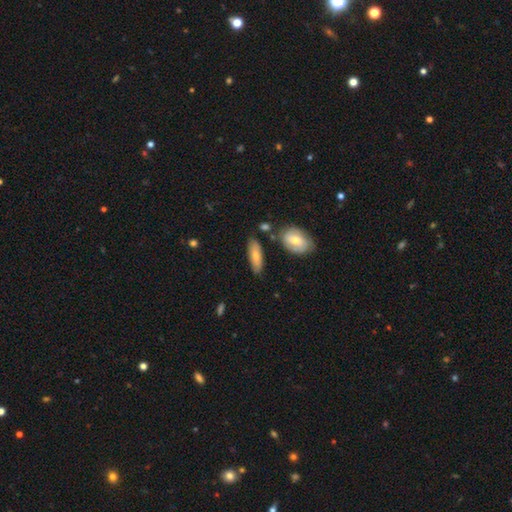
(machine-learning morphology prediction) This is likely a smooth galaxy (74%). How rounded: likely in between (65%). Merging: likely none (77%).